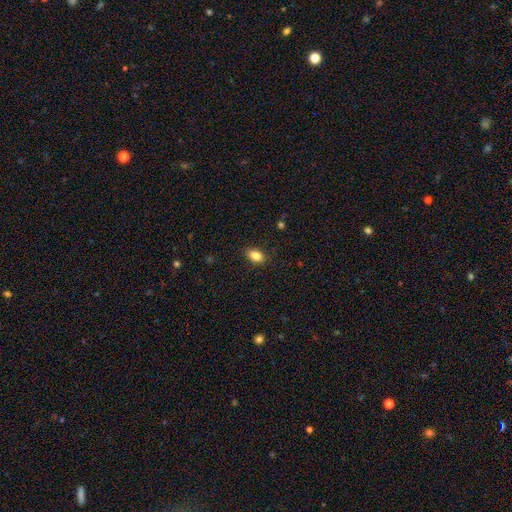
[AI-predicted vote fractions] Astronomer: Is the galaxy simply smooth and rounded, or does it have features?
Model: smooth — 85%.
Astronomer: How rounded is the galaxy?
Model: in between — 86%.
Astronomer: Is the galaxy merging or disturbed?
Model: none — 87%.